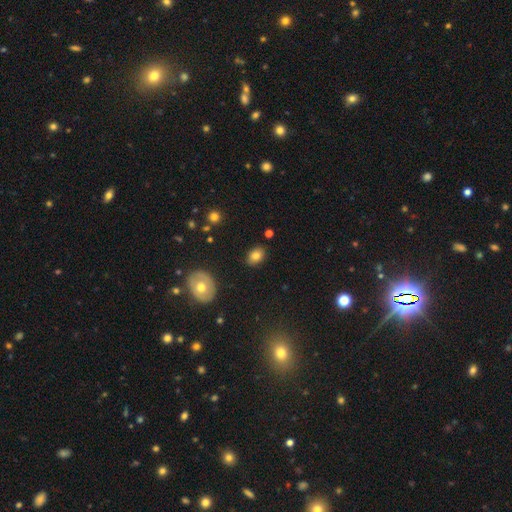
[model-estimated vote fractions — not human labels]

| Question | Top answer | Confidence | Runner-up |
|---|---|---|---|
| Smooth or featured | smooth | 79% | featured or disk (11%) |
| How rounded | in between | 77% | round (22%) |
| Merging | none | 85% | minor disturbance (11%) |